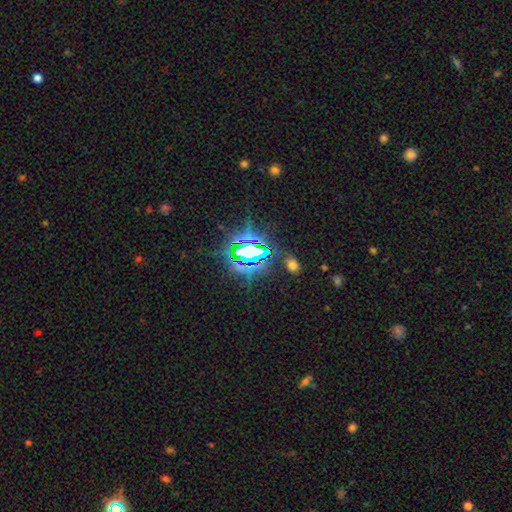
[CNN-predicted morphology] Q: Smooth or featured?
A: star or artifact (76%); runner-up: smooth (14%)